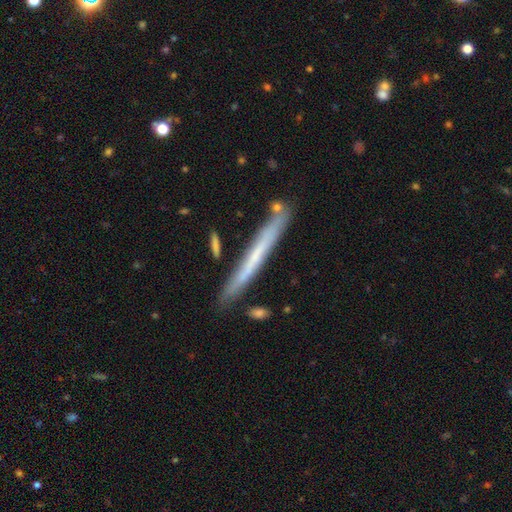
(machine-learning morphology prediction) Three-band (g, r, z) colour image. It shows a featured or disk galaxy (47%, tied with smooth). Merging: none (83%).